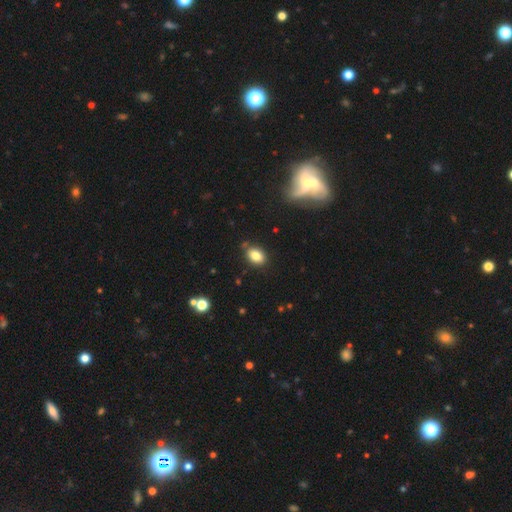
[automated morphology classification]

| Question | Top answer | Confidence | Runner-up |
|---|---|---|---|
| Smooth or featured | smooth | 83% | star or artifact (10%) |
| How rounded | in between | 81% | round (18%) |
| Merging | none | 82% | minor disturbance (12%) |